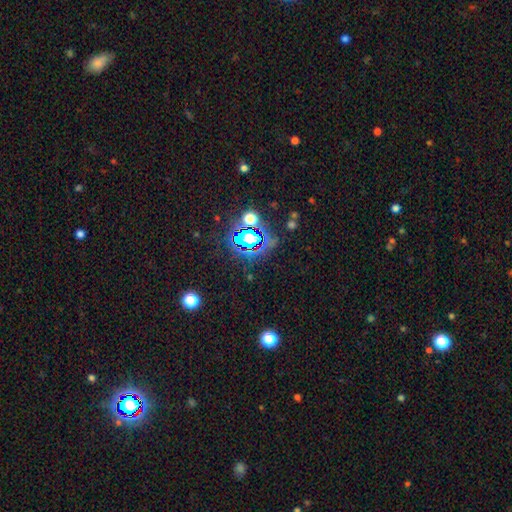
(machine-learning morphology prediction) This appears to be a star or artifact, not a galaxy (80%).